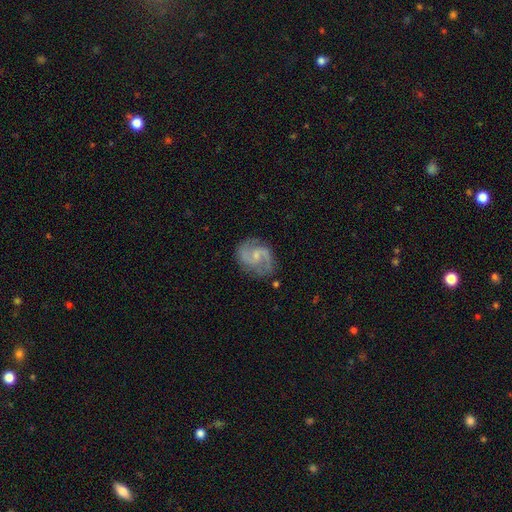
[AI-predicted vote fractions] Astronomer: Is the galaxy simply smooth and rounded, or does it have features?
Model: featured or disk — 87%.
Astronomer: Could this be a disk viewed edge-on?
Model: no — 98%.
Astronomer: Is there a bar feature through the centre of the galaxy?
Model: weak — 48% (runner-up: no, 41%).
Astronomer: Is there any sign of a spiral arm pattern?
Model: yes — 97%.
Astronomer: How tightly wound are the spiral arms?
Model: medium — 58%.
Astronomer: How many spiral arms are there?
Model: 2 — 92%.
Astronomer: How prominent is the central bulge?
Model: small — 61%.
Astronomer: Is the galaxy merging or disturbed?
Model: none — 78%.